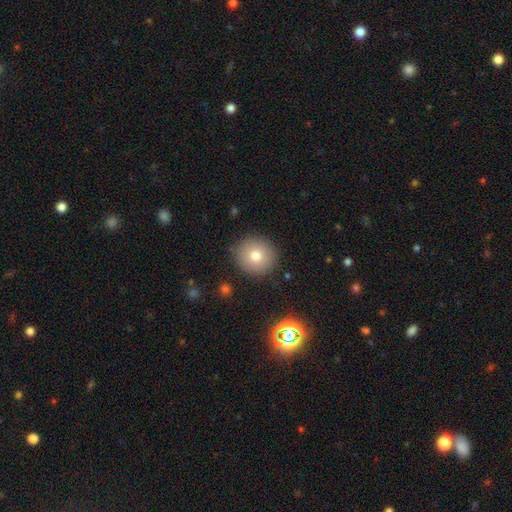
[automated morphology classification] The model was most divided on "smooth or featured": smooth: 77%, featured or disk: 13%, star or artifact: 11%. More confident: how rounded — round (90%); merging — none (88%).